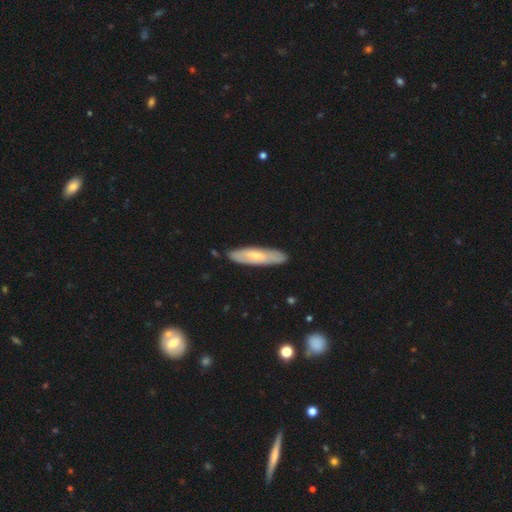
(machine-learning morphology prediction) This is possibly a smooth galaxy (51%). How rounded: likely cigar-shaped (71%). Merging: clearly none (86%).